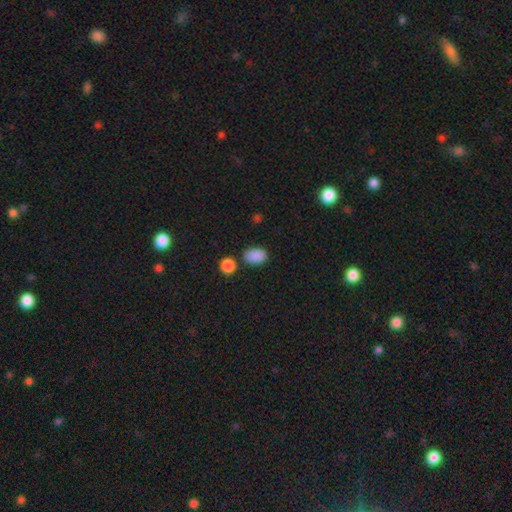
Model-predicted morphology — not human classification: smooth 87%, star or artifact 9%, featured or disk 4%. Down the decision tree: how rounded — in between (82%); merging — none (73%).